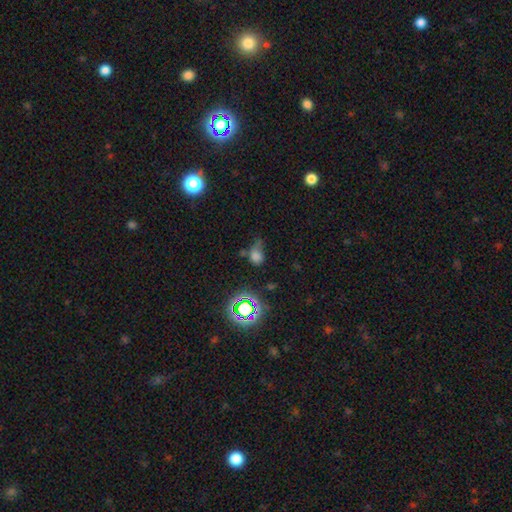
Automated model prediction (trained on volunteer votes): A smooth galaxy with no disk features (63%) that is in between round and cigar-shaped (50%). Merging: none (33%).